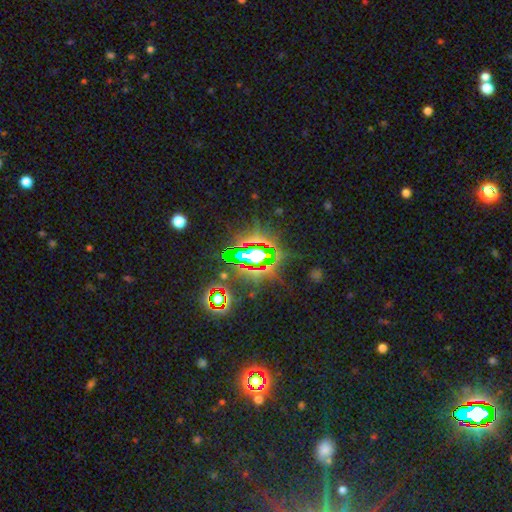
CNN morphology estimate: type=star or artifact (73%).